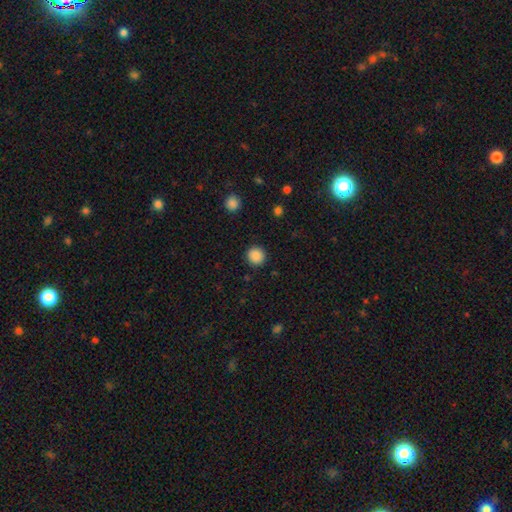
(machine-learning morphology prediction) smooth-or-featured: smooth: 88% | star or artifact: 9% | featured or disk: 3%
  how-rounded: round: 94% | in between: 6% | cigar-shaped: 1%
  merging: none: 91% | minor disturbance: 6% | major disturbance: 2% | merger: 1%